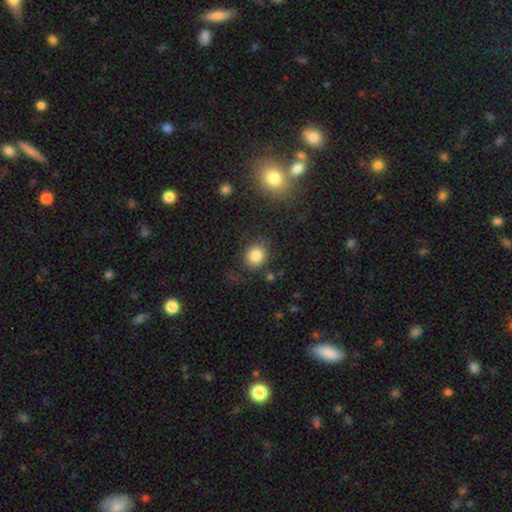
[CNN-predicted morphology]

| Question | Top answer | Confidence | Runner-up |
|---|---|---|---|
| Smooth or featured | smooth | 84% | star or artifact (10%) |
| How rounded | round | 68% | in between (31%) |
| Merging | none | 78% | minor disturbance (14%) |